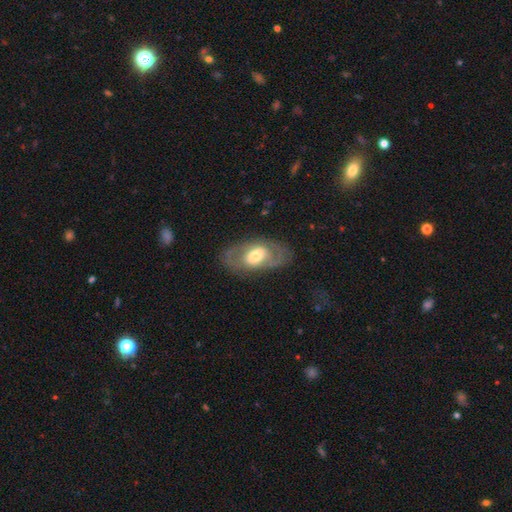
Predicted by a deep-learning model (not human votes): Smooth or featured?
  - featured or disk: 61% *
  - smooth: 33%
  - star or artifact: 6%
Edge-on disk?
  - no: 91% *
  - yes: 9%
Bar?
  - no: 47% *
  - weak: 36%
  - strong: 18%
Spiral arms?
  - yes: 52% *
  - no: 48%
Bulge size?
  - moderate: 59% *
  - large: 22%
  - small: 15%
  - dominant: 2%
  - none: 1%
Merging?
  - none: 76% *
  - minor disturbance: 14%
  - major disturbance: 9%
  - merger: 1%